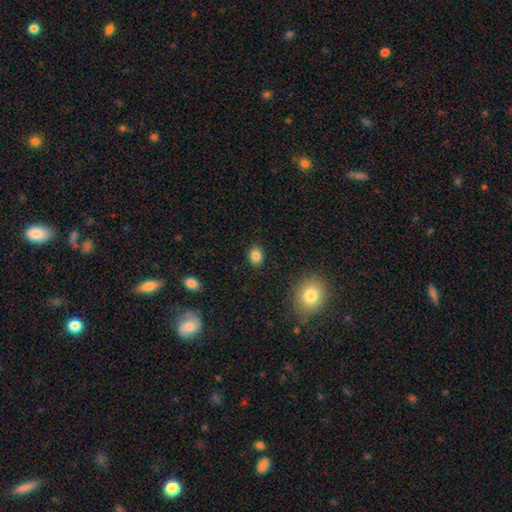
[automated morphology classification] The model was most divided on "how rounded": in between: 65%, round: 34%, cigar-shaped: 1%. More confident: merging — none (87%); smooth or featured — smooth (85%).